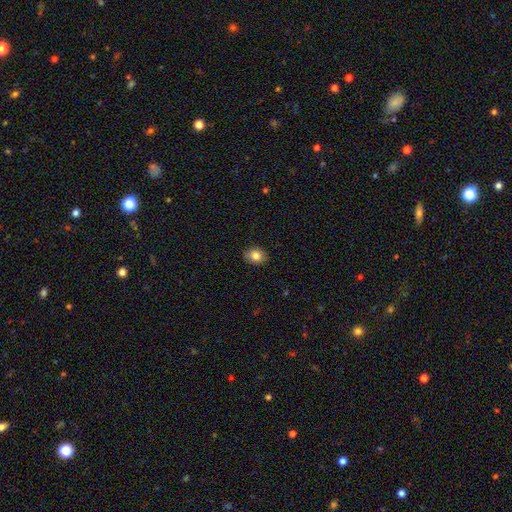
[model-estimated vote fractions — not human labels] smooth_or_featured: smooth (p=0.82) [alt: star or artifact p=0.09]
how_rounded: in between (p=0.54) [alt: round p=0.45]
merging: none (p=0.88) [alt: minor disturbance p=0.09]